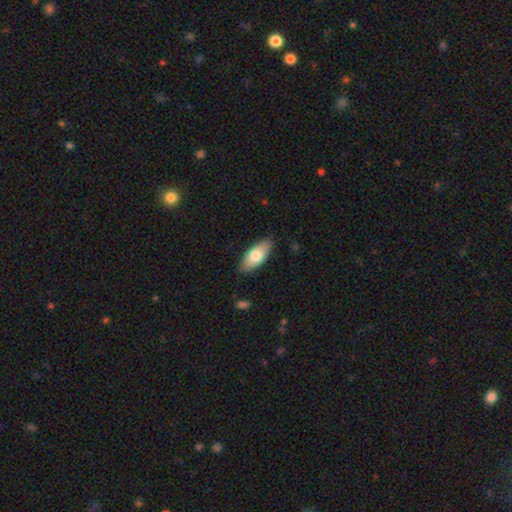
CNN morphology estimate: The model was most divided on "smooth or featured": smooth: 75%, featured or disk: 20%, star or artifact: 6%. More confident: how rounded — in between (87%); merging — none (86%).